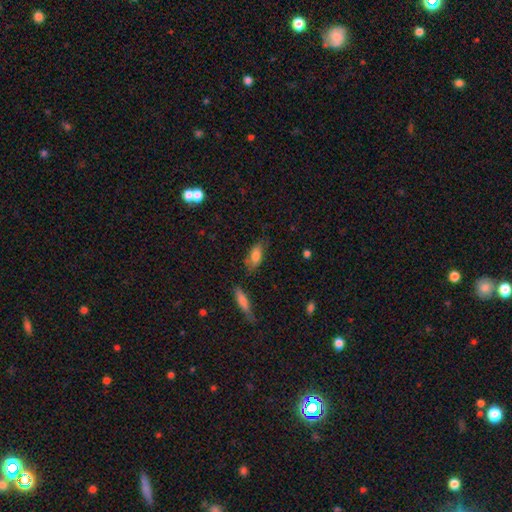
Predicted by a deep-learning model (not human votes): Smooth or featured?
  - smooth: 77% *
  - featured or disk: 16%
  - star or artifact: 8%
How rounded?
  - in between: 80% *
  - cigar-shaped: 17%
  - round: 3%
Merging?
  - none: 68% *
  - minor disturbance: 22%
  - major disturbance: 5%
  - merger: 5%